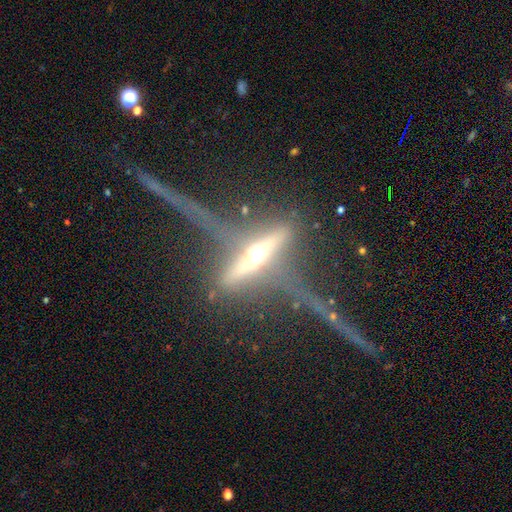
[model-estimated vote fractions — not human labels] A featured or disk galaxy (82%) viewed edge-on (87%) with a rounded central bulge (94%). Merging: none (60%).